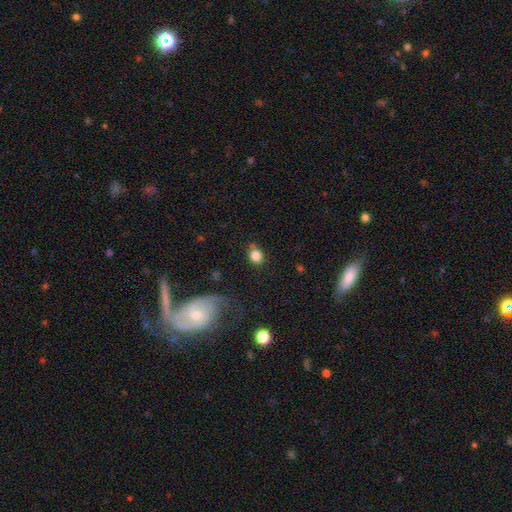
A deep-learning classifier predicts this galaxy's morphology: A smooth galaxy with no disk features (81%) that is round (57%). Merging: none (70%).